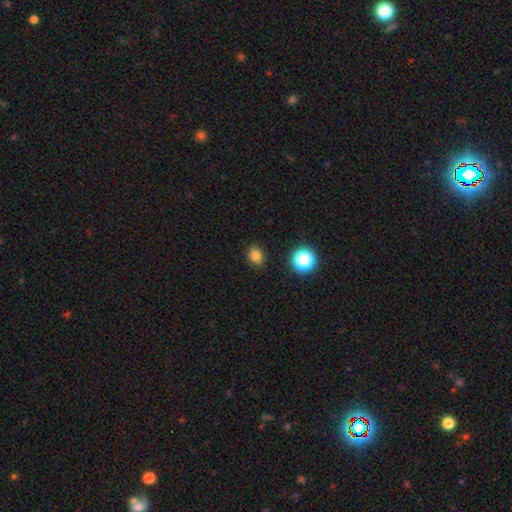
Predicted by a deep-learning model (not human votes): The model was most divided on "how rounded": in between: 59%, round: 40%, cigar-shaped: 1%. More confident: merging — none (87%); smooth or featured — smooth (80%).